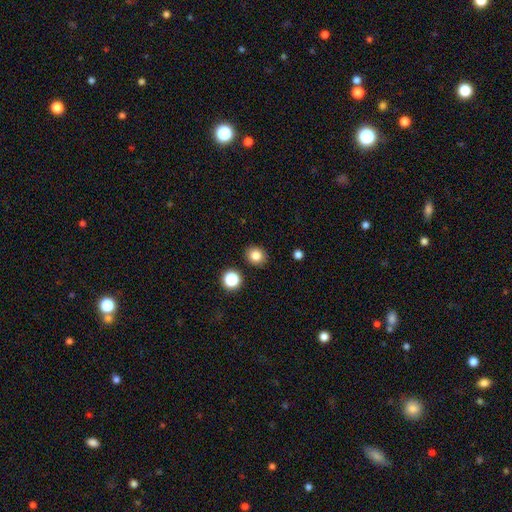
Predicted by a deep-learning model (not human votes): Smooth or featured?
  - smooth: 82% *
  - star or artifact: 12%
  - featured or disk: 6%
How rounded?
  - round: 79% *
  - in between: 20%
  - cigar-shaped: 1%
Merging?
  - none: 89% *
  - minor disturbance: 7%
  - merger: 2%
  - major disturbance: 2%